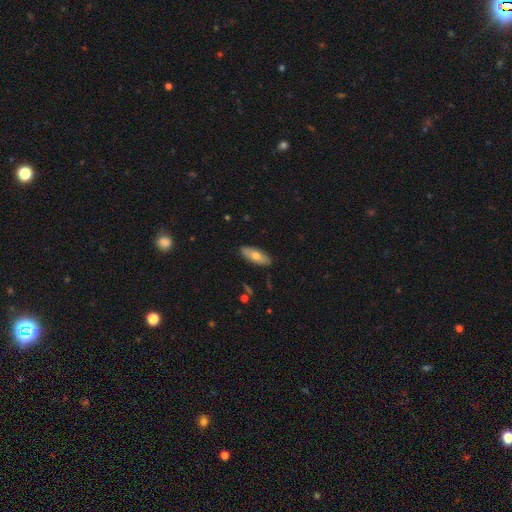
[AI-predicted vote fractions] This appears to be a smooth galaxy with no disk features (65%) that is in between round and cigar-shaped (72%). Merging: none (88%).